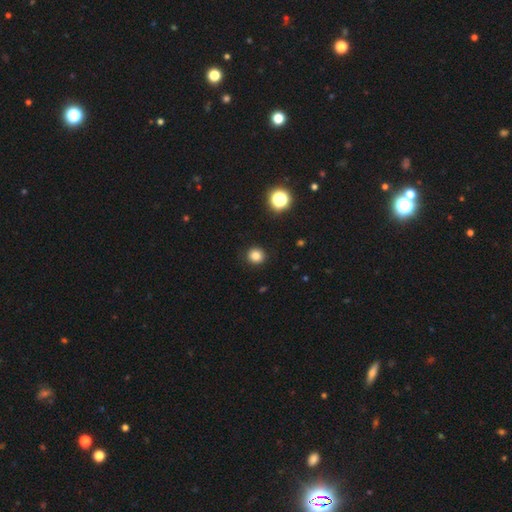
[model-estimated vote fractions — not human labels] Smooth or featured?
  - smooth: 83% *
  - star or artifact: 13%
  - featured or disk: 4%
How rounded?
  - round: 89% *
  - in between: 10%
  - cigar-shaped: 1%
Merging?
  - none: 92% *
  - minor disturbance: 5%
  - major disturbance: 2%
  - merger: 1%